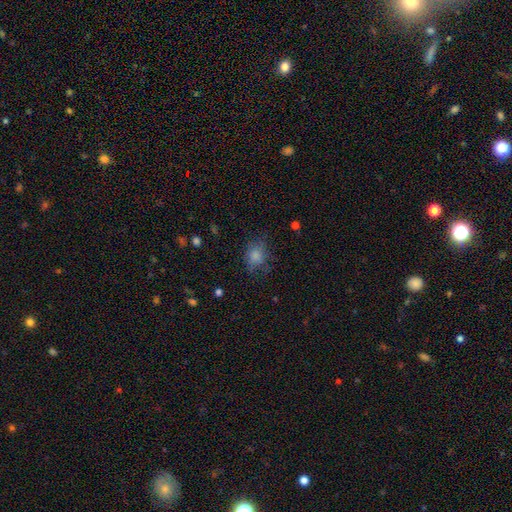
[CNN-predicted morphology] The model was most divided on "how rounded": round: 59%, in between: 40%, cigar-shaped: 1%. More confident: smooth or featured — smooth (80%); merging — none (61%).